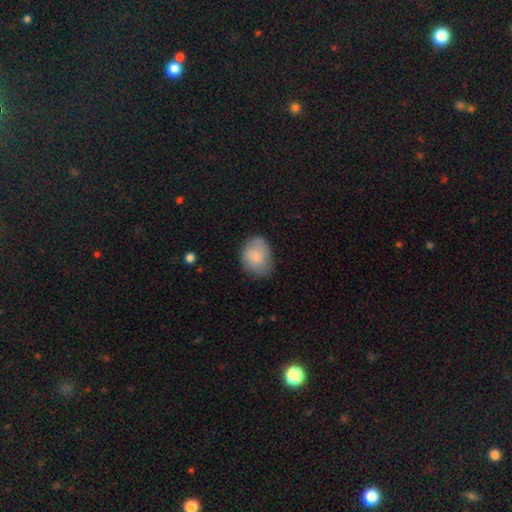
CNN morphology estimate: type=smooth (81%); roundness=in between (69%); merging=none (70%).